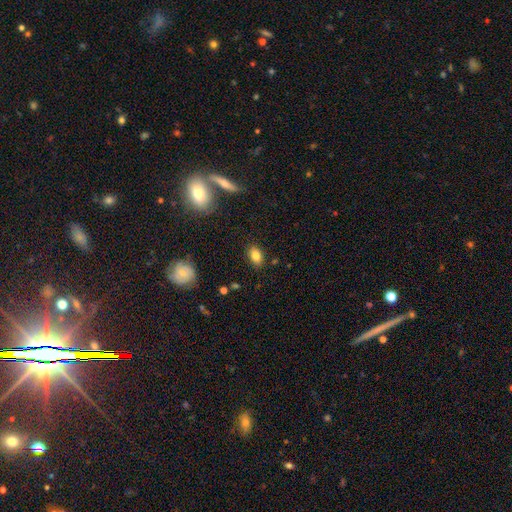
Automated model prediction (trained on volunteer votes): This appears to be a smooth galaxy with no disk features (82%) that is in between round and cigar-shaped (86%). Merging: none (85%).